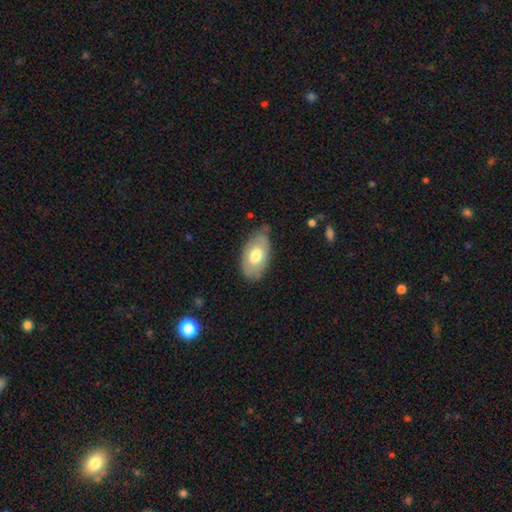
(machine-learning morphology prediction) A smooth galaxy with no disk features (66%) that is in between round and cigar-shaped (93%). Merging: none (68%).